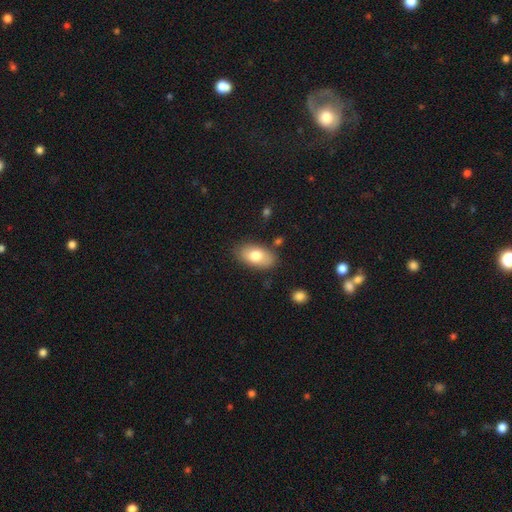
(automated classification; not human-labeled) Smooth or featured? smooth (76%)
How rounded? in between (93%)
Merging? none (81%)